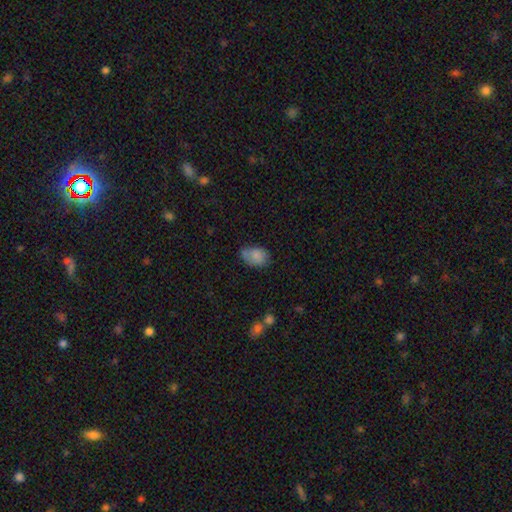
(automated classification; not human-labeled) smooth-or-featured: smooth: 81% | featured or disk: 10% | star or artifact: 8%
  how-rounded: in between: 82% | round: 17% | cigar-shaped: 1%
  merging: none: 50% | minor disturbance: 33% | major disturbance: 9% | merger: 8%